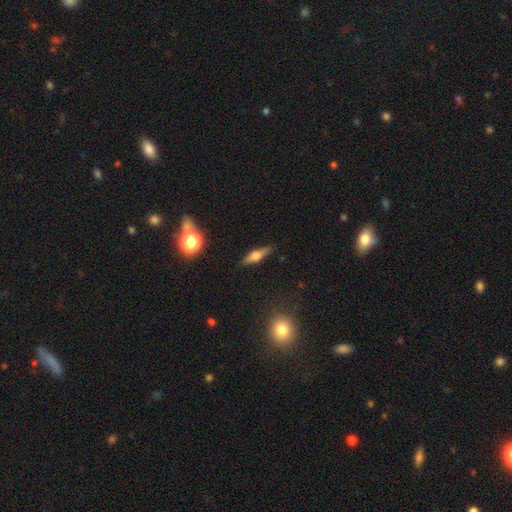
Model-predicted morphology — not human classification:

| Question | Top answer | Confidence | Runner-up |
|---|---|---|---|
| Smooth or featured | featured or disk | 52% | smooth (40%) |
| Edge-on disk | yes | 93% | no (7%) |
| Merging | none | 85% | minor disturbance (10%) |